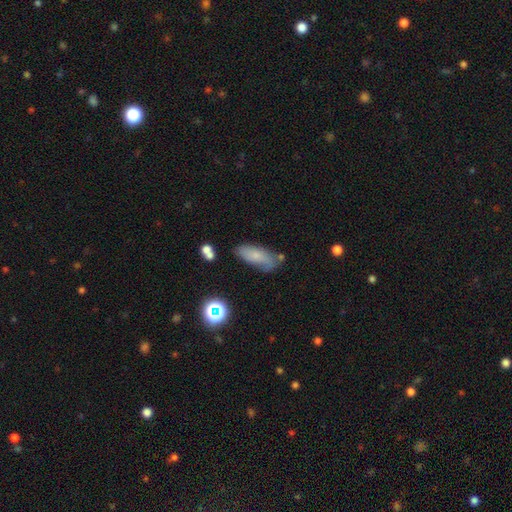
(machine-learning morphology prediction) This appears to be a smooth galaxy with no disk features (64%) that is in between round and cigar-shaped (70%). Merging: none (58%).